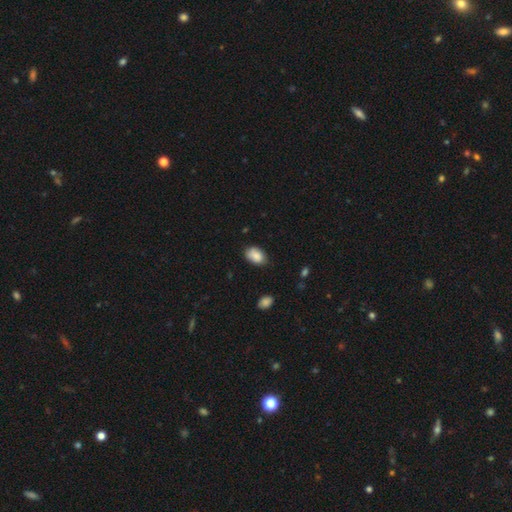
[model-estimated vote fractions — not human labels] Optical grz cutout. It shows a smooth galaxy with no disk features (86%) that is in between round and cigar-shaped (90%). Merging: none (74%).